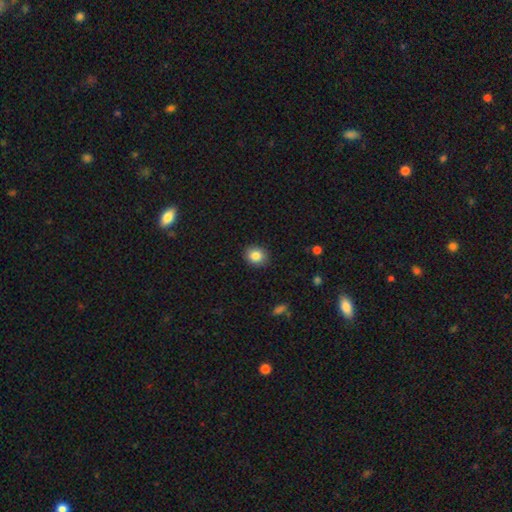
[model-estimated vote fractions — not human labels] smooth-or-featured: smooth: 84% | star or artifact: 10% | featured or disk: 6%
  how-rounded: round: 70% | in between: 29% | cigar-shaped: 1%
  merging: none: 90% | minor disturbance: 7% | major disturbance: 2% | merger: 1%